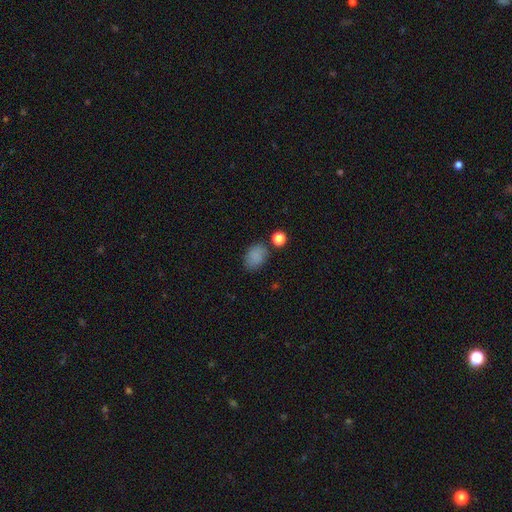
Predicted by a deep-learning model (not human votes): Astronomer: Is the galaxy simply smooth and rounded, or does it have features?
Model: smooth — 84%.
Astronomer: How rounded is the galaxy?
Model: in between — 76%.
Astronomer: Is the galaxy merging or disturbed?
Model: none — 75%.